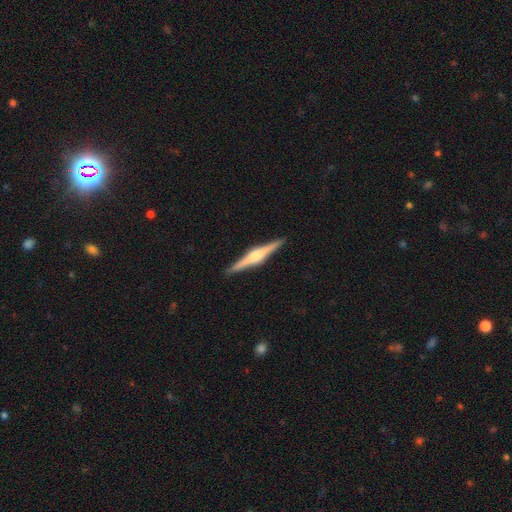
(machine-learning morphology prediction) Smooth or featured: featured or disk — 78% (smooth — 17%)
Edge-on disk: yes — 98% (no — 2%)
Edge-on bulge: rounded — 80% (boxy — 15%)
Merging: none — 92% (minor disturbance — 6%)